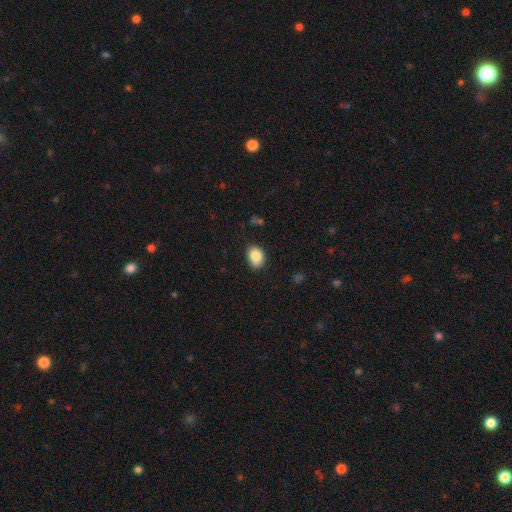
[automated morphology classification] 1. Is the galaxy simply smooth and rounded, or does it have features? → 85% smooth, 9% star or artifact, 6% featured or disk.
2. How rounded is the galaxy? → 63% in between, 36% round, 1% cigar-shaped.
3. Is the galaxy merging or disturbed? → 77% none, 18% minor disturbance, 3% major disturbance, 2% merger.